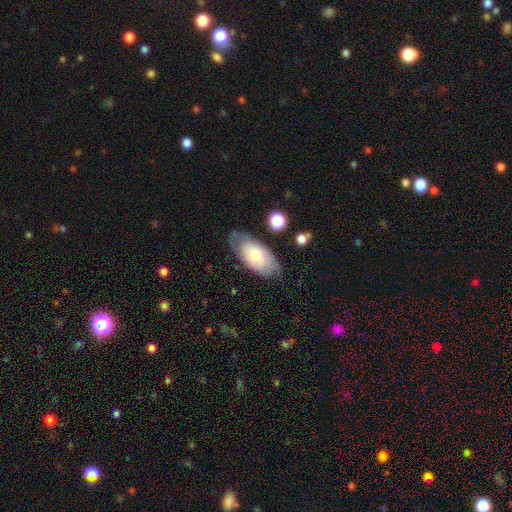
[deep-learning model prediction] A smooth galaxy with no disk features (60%) that is in between round and cigar-shaped (93%). Merging: none (66%).